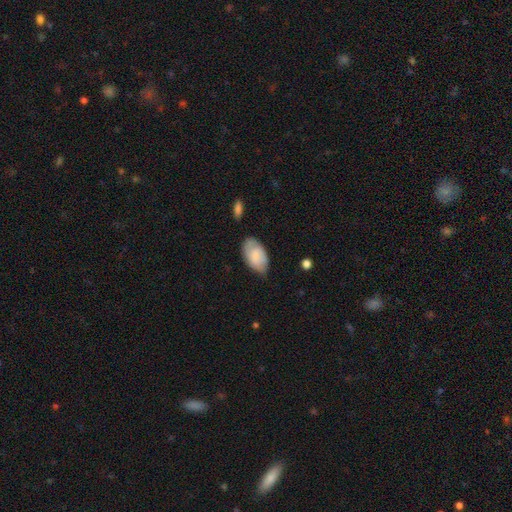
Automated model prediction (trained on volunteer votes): A smooth galaxy with no disk features (77%) that is in between round and cigar-shaped (95%).

Vote fractions:
- Smooth or featured? smooth: 77% / featured or disk: 17% / star or artifact: 6%
- How rounded? in between: 95% / round: 4% / cigar-shaped: 2%
- Merging? none: 68% / minor disturbance: 26% / major disturbance: 4% / merger: 2%